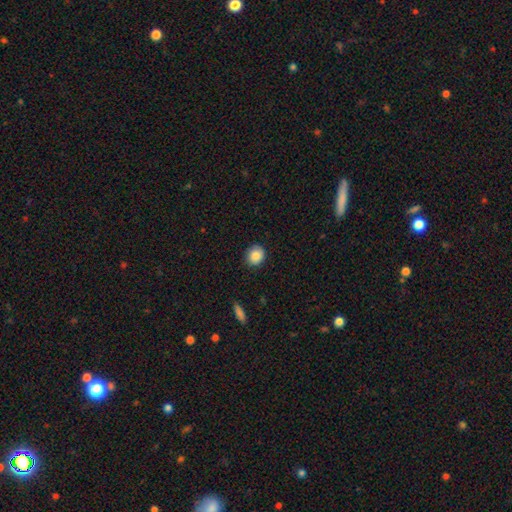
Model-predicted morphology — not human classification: This is clearly a smooth galaxy (86%). How rounded: clearly round (81%). Merging: clearly none (86%).